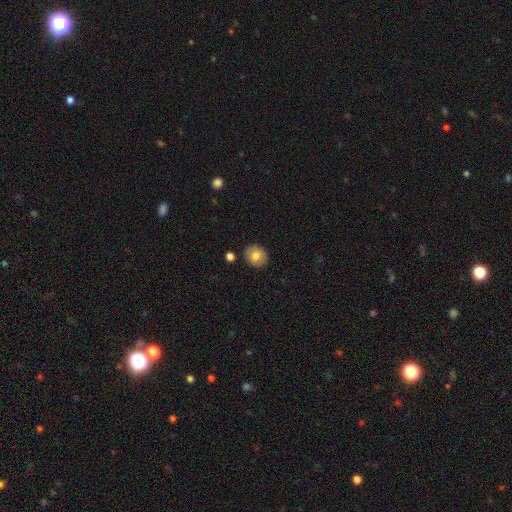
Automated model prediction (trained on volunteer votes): This appears to be a smooth galaxy with no disk features (75%) that is round (76%). Merging: none (88%).